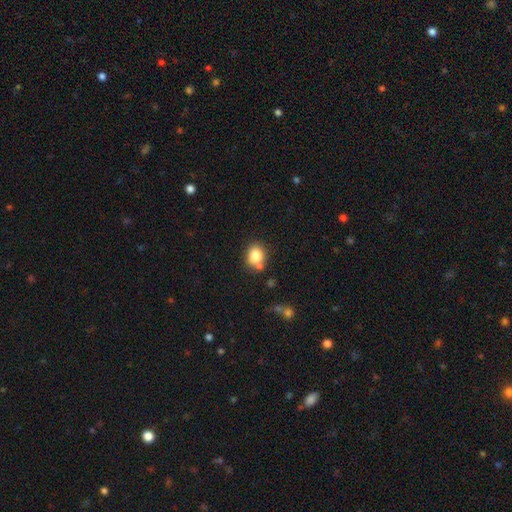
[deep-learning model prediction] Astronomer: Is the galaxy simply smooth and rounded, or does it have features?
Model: smooth — 82%.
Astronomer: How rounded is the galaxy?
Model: round — 57% (runner-up: in between, 42%).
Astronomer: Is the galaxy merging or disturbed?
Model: none — 62%.